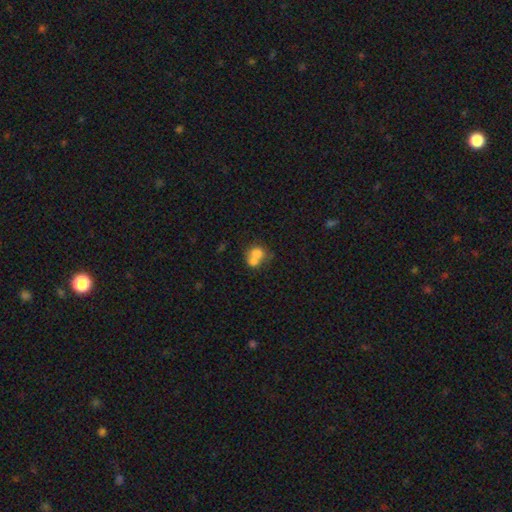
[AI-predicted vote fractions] A smooth galaxy with no disk features (71%) that is round (64%).

Vote fractions:
- Smooth or featured? smooth: 71% / featured or disk: 19% / star or artifact: 10%
- How rounded? round: 64% / in between: 35% / cigar-shaped: 1%
- Merging? merger: 64% / none: 25% / minor disturbance: 7% / major disturbance: 4%